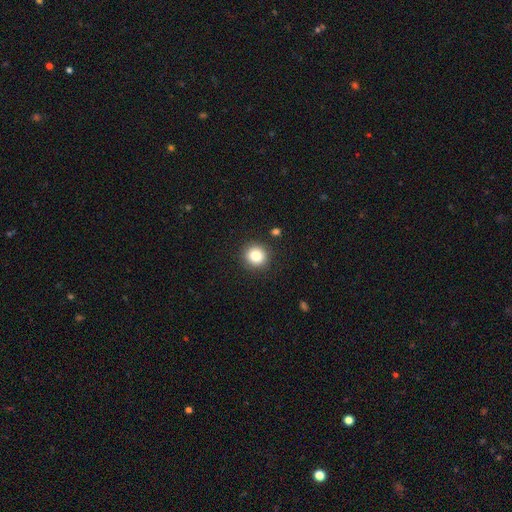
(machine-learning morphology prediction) This is clearly a smooth galaxy (84%). How rounded: clearly round (89%). Merging: clearly none (89%).